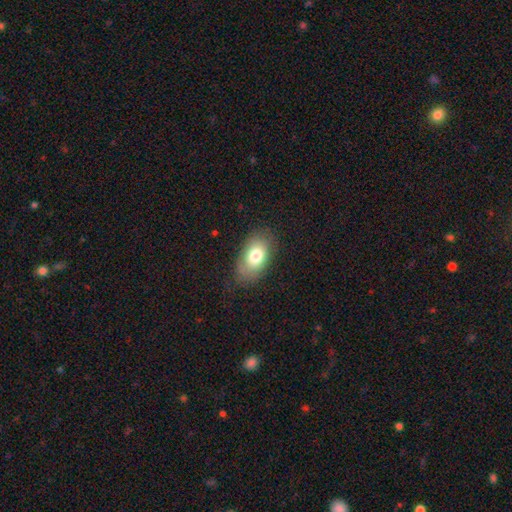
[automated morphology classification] Smooth or featured? smooth (75%)
How rounded? in between (91%)
Merging? none (75%)